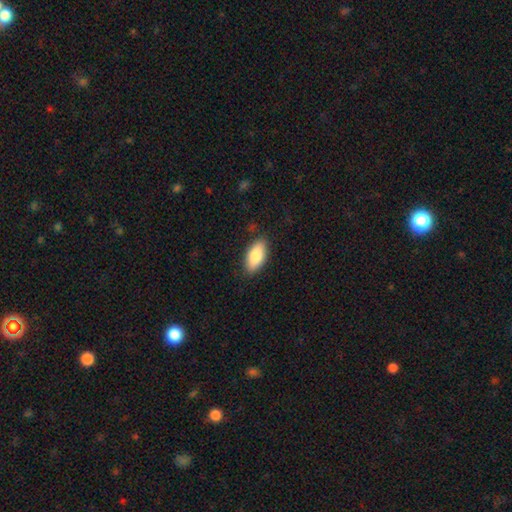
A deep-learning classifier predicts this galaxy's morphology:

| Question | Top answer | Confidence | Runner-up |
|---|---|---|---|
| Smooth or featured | smooth | 85% | featured or disk (9%) |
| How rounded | in between | 90% | cigar-shaped (8%) |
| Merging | none | 86% | minor disturbance (11%) |